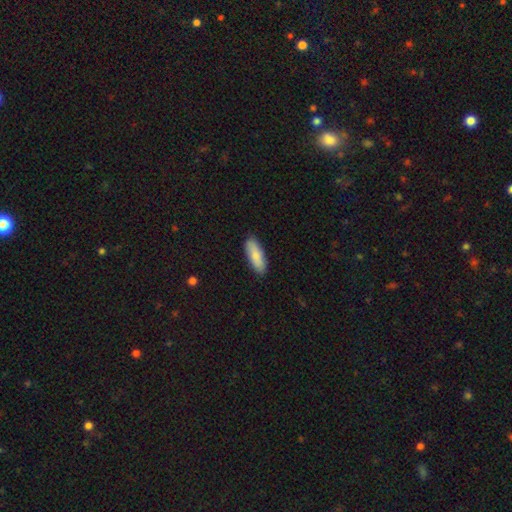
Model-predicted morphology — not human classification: A smooth galaxy with no disk features (82%) that is in between round and cigar-shaped (63%). Merging: none (87%).